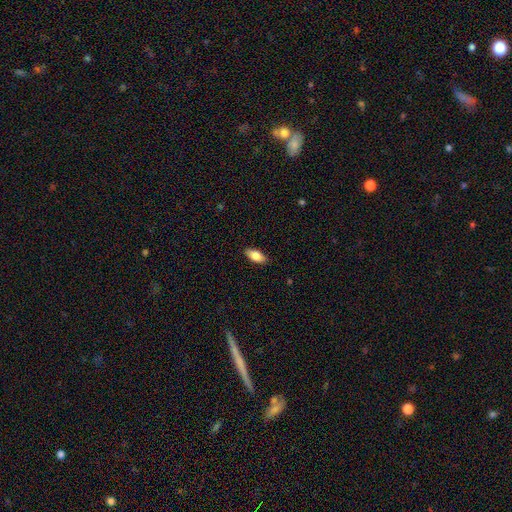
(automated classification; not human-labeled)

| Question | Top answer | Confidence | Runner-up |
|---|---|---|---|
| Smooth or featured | smooth | 82% | featured or disk (12%) |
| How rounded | in between | 88% | cigar-shaped (9%) |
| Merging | none | 87% | minor disturbance (10%) |